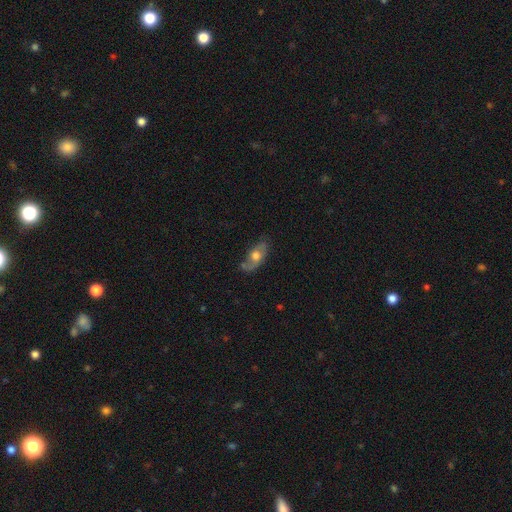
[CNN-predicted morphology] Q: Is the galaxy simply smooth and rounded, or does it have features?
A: featured or disk — 54%.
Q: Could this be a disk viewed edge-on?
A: no — 82%.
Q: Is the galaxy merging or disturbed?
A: none — 63%.